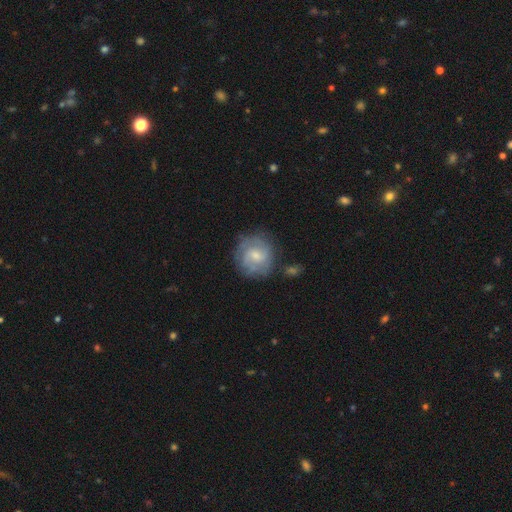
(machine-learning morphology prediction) smooth_or_featured: featured or disk (p=0.70) [alt: smooth p=0.25]
disk_edge_on: no (p=0.98) [alt: yes p=0.02]
bar: weak (p=0.49) [alt: no p=0.44]
has_spiral_arms: yes (p=0.90) [alt: no p=0.10]
spiral_winding: tight (p=0.46) [alt: medium p=0.40]
spiral_arm_count: 2 (p=0.52) [alt: can't tell p=0.25]
bulge_size: small (p=0.48) [alt: moderate p=0.42]
merging: none (p=0.72) [alt: minor disturbance p=0.17]